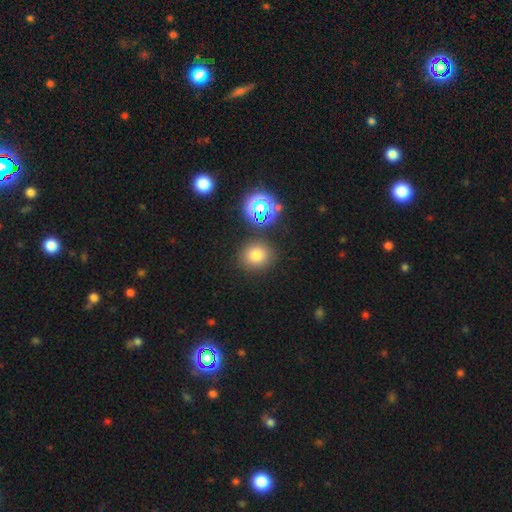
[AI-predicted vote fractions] Morphology: type=smooth (72%); roundness=round (84%); merging=none (85%).